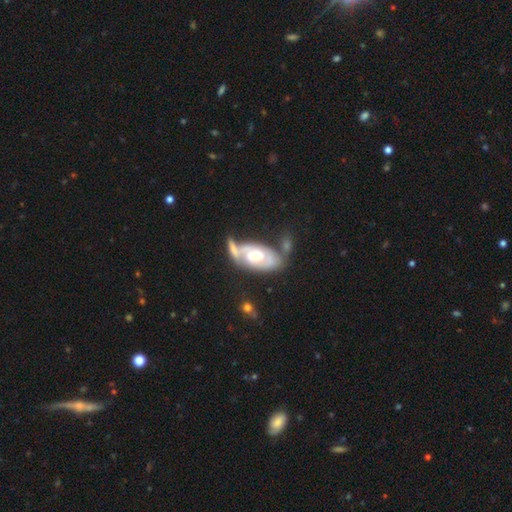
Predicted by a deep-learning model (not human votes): A featured or disk galaxy (73%) with no bar (61%), spiral arms (71%) and a moderate central bulge (71%).

Vote fractions:
- Smooth or featured? featured or disk: 73% / smooth: 22% / star or artifact: 5%
- Edge-on disk? no: 91% / yes: 9%
- Bar? no: 61% / weak: 28% / strong: 11%
- Spiral arms? yes: 71% / no: 29%
- Bulge size? moderate: 71% / large: 15% / small: 12% / dominant: 1% / none: 1%
- Merging? none: 36% / merger: 30% / minor disturbance: 21% / major disturbance: 14%